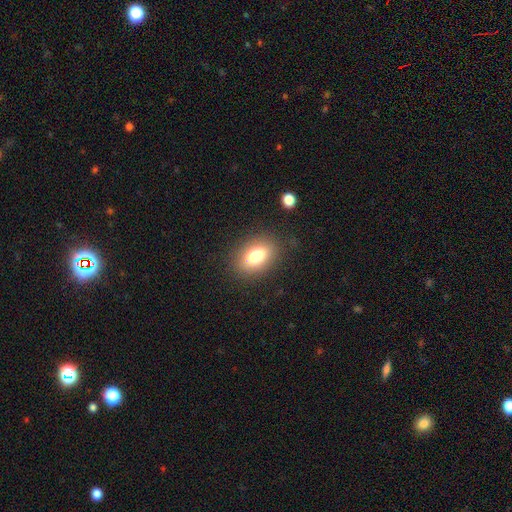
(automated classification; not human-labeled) Morphology: type=smooth (79%); roundness=in between (86%); merging=none (84%).